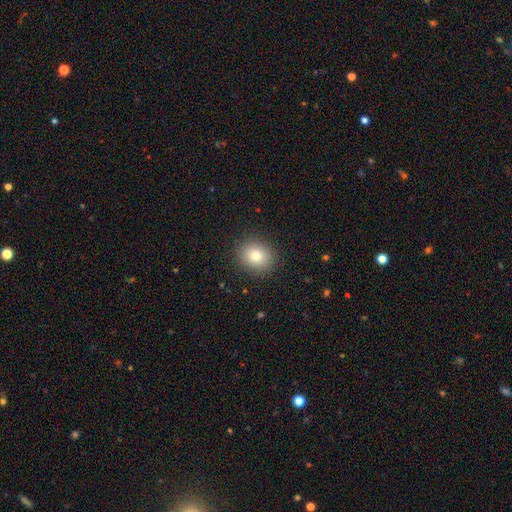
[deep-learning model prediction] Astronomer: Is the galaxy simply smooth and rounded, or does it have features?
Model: smooth — 80%.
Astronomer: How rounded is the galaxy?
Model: round — 71%.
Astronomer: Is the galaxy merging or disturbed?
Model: none — 89%.